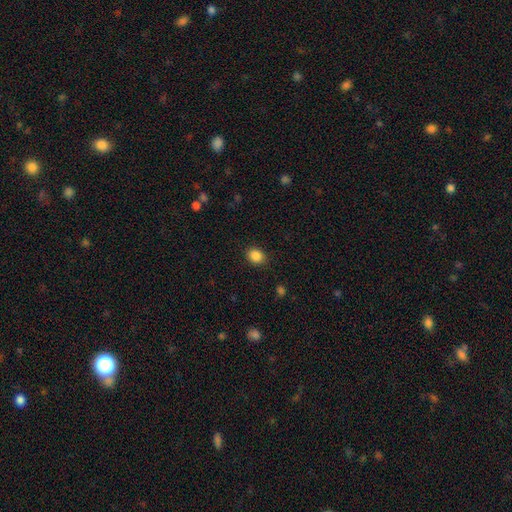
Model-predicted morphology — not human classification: Overall: smooth (87%). How rounded: round (52%; in between 47%). Merging: none (88%).